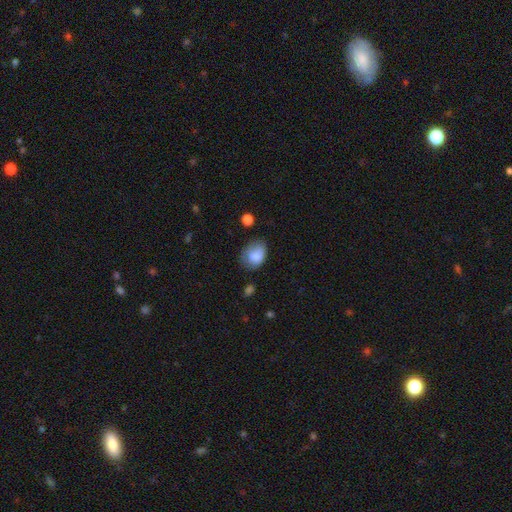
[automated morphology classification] A smooth galaxy with no disk features (83%) that is in between round and cigar-shaped (69%).

Vote fractions:
- Smooth or featured? smooth: 83% / star or artifact: 8% / featured or disk: 8%
- How rounded? in between: 69% / round: 30% / cigar-shaped: 1%
- Merging? none: 53% / minor disturbance: 33% / major disturbance: 12% / merger: 3%